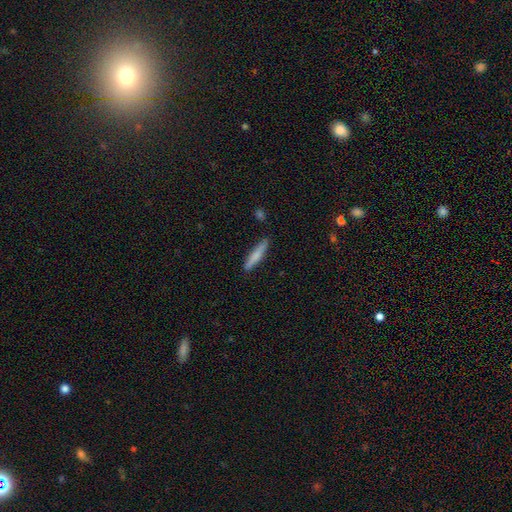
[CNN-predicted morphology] Smooth or featured? smooth (72%)
How rounded? cigar-shaped (91%)
Merging? none (87%)